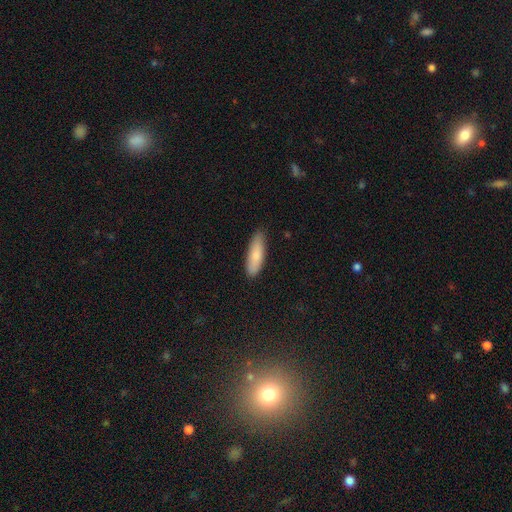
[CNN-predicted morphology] type=smooth (81%); roundness=cigar-shaped (50%); merging=none (84%).